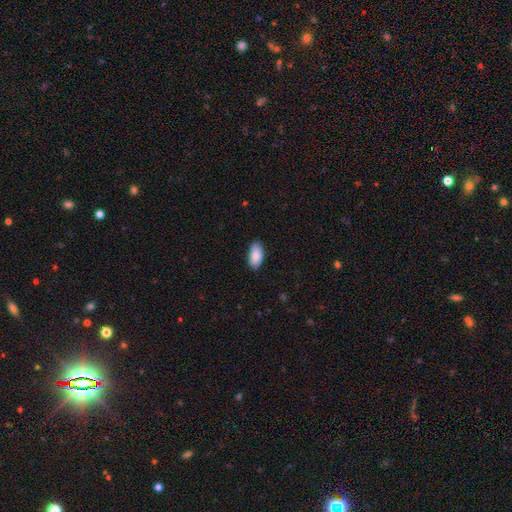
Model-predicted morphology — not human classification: This appears to be a smooth galaxy with no disk features (88%) that is in between round and cigar-shaped (93%). Merging: none (86%).